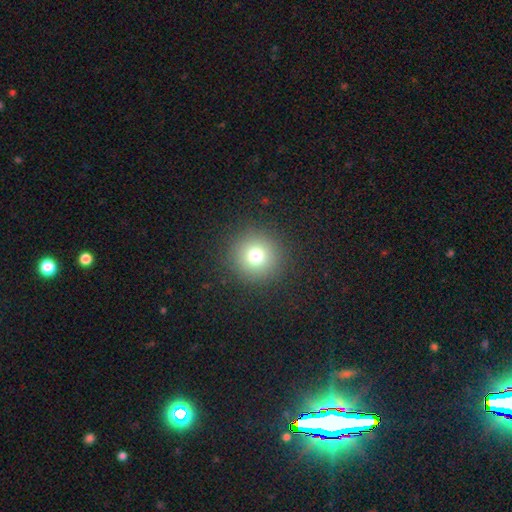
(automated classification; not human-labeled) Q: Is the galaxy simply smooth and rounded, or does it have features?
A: smooth — 75%.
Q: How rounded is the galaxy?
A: round — 95%.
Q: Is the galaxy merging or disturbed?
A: none — 91%.